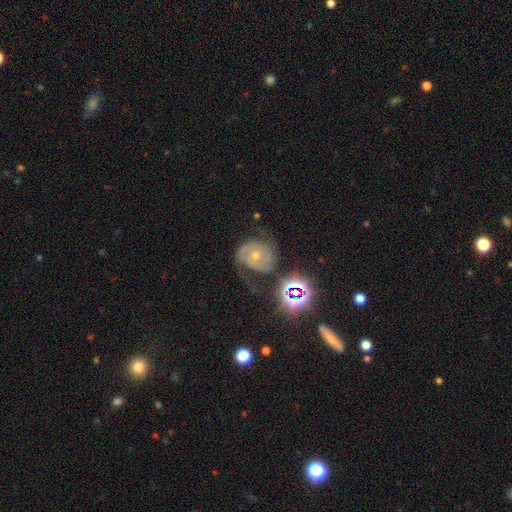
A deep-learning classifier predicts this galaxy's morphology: smooth-or-featured: featured or disk: 74% | star or artifact: 14% | smooth: 12%
  disk-edge-on: no: 97% | yes: 3%
    bar: no: 73% | weak: 20% | strong: 7%
    has-spiral-arms: yes: 93% | no: 7%
      spiral-winding: tight: 49% | medium: 38% | loose: 12%
      spiral-arm-count: 2: 65% | can't tell: 14% | 3: 9% | 1: 7% | 4: 2% | more than 4: 2%
    bulge-size: moderate: 49% | small: 48% | large: 2% | none: 1% | dominant: 1%
  merging: none: 55% | minor disturbance: 24% | major disturbance: 17% | merger: 4%